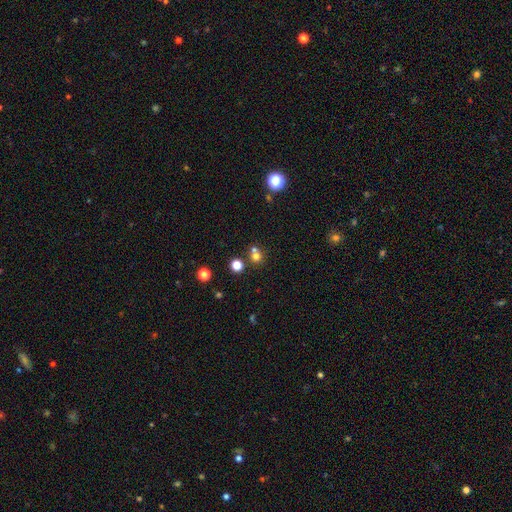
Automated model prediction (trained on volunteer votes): Smooth or featured? smooth (69%)
How rounded? round (88%)
Merging? none (55%)